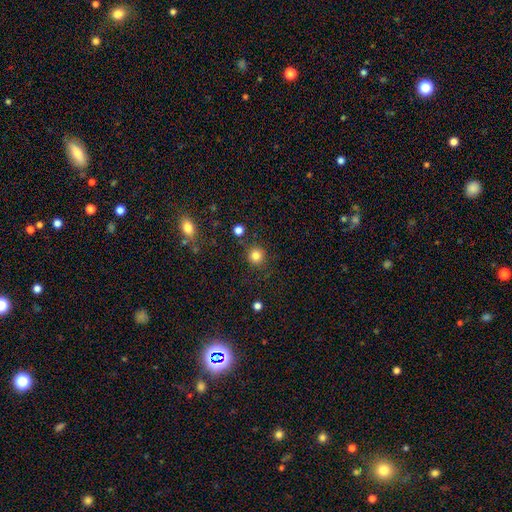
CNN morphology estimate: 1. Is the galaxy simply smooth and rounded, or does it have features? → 83% smooth, 12% star or artifact, 5% featured or disk.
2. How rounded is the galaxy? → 93% round, 6% in between, 1% cigar-shaped.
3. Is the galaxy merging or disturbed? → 86% none, 8% minor disturbance, 3% major disturbance, 3% merger.